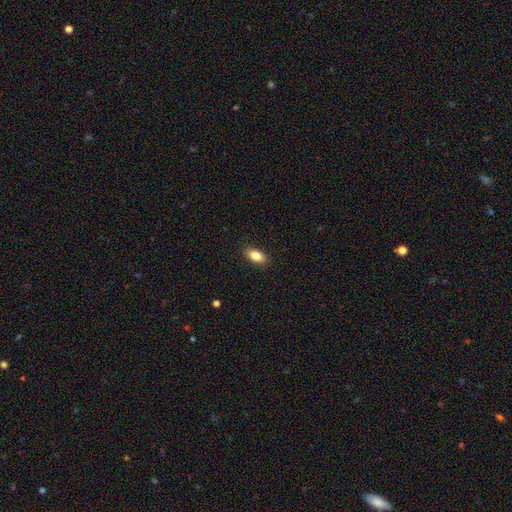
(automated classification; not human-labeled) A smooth galaxy with no disk features (83%) that is in between round and cigar-shaped (89%). Merging: none (89%).